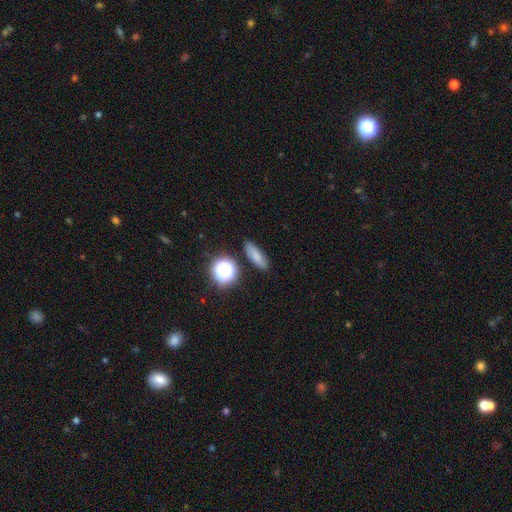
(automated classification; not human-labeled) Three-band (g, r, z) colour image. It shows a smooth galaxy with no disk features (72%) that is in between round and cigar-shaped (52%). Merging: none (82%).